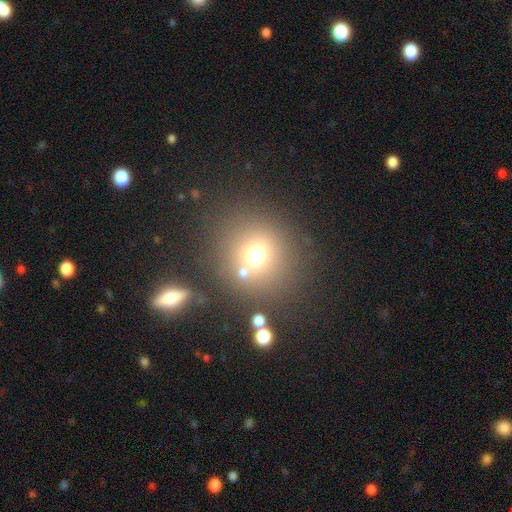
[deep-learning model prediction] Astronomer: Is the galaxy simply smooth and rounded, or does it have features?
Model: smooth — 67%.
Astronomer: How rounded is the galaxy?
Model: round — 89%.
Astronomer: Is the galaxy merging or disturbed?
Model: none — 73%.